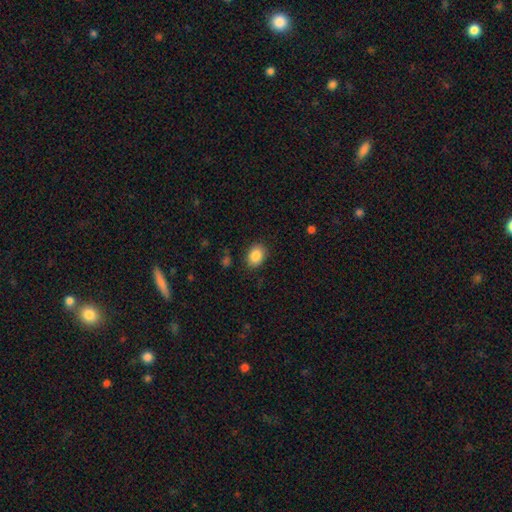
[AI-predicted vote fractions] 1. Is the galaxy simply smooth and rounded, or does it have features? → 87% smooth, 8% star or artifact, 5% featured or disk.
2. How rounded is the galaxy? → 66% in between, 33% round, 1% cigar-shaped.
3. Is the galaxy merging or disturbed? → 86% none, 10% minor disturbance, 3% major disturbance, 1% merger.